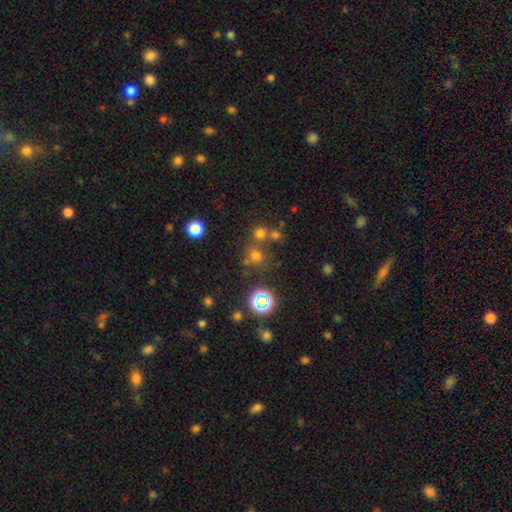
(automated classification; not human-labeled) This appears to be a smooth galaxy with no disk features (57%) that is round (89%). Merging: none (65%).